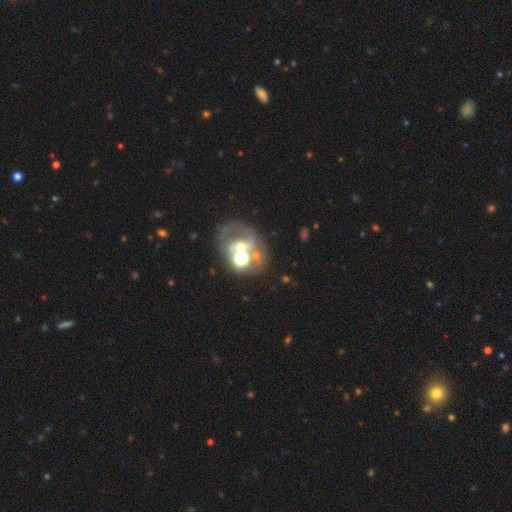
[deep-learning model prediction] The model was most divided on "smooth or featured": featured or disk: 44%, star or artifact: 28%, smooth: 28%. Remaining: merging — none (46%).